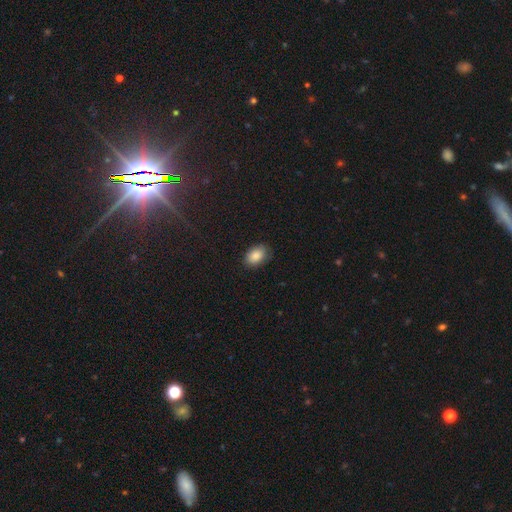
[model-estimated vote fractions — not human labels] Smooth or featured? Predicted: smooth (p=0.87). How rounded? Predicted: in between (p=0.87). Merging? Predicted: none (p=0.83).